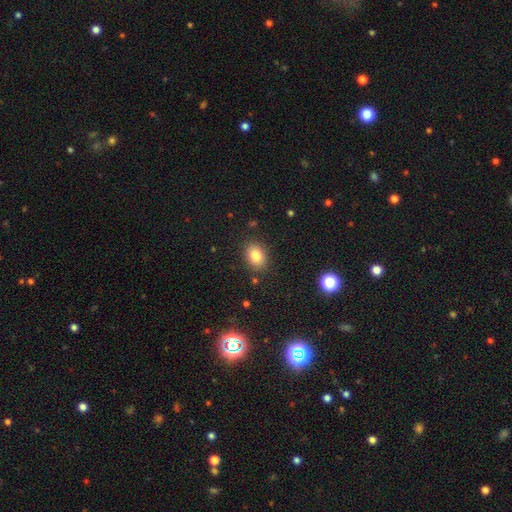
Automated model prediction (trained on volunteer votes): Overall: smooth (82%). How rounded: in between (71%). Merging: none (85%).